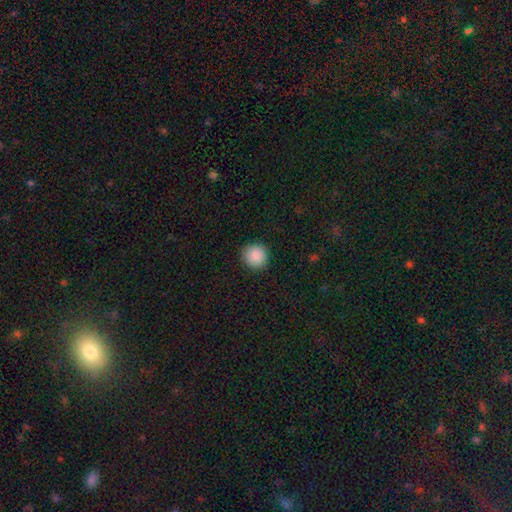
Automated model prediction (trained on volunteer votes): Smooth or featured: smooth — 89% (star or artifact — 8%)
How rounded: round — 93% (in between — 6%)
Merging: none — 90% (minor disturbance — 7%)